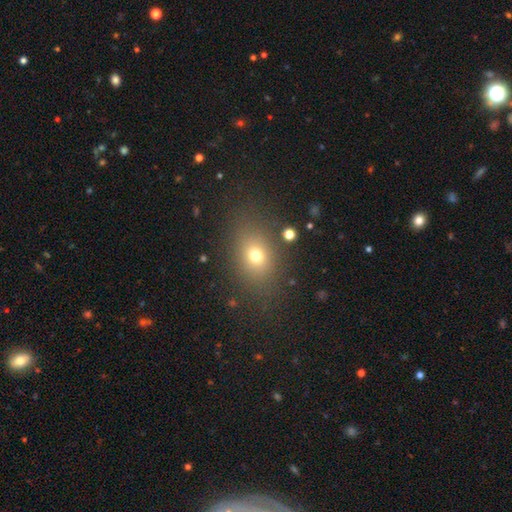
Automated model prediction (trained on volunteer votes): Q: Smooth or featured?
A: smooth (71%); runner-up: star or artifact (17%)
Q: How rounded?
A: in between (59%); runner-up: round (39%)
Q: Merging?
A: none (80%); runner-up: minor disturbance (11%)